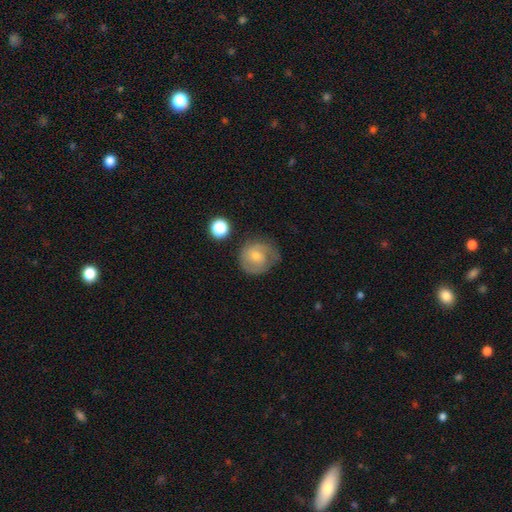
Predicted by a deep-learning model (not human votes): Smooth or featured? featured or disk (47%)
Merging? none (60%)